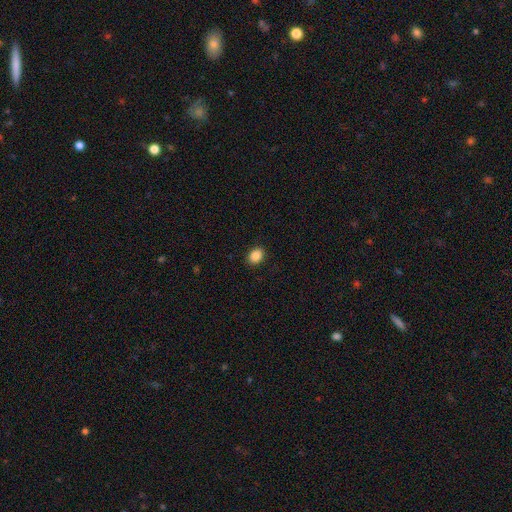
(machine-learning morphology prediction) This appears to be a smooth galaxy with no disk features (87%) that is in between round and cigar-shaped (61%). Merging: none (90%).